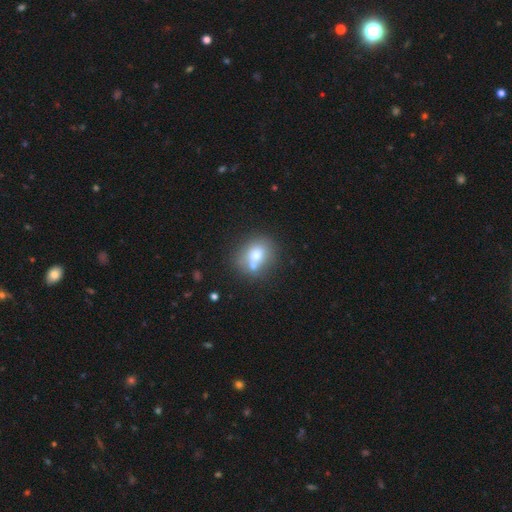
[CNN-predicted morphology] Q: Smooth or featured?
A: smooth (70%); runner-up: featured or disk (20%)
Q: How rounded?
A: round (62%); runner-up: in between (37%)
Q: Merging?
A: none (50%); runner-up: merger (32%)